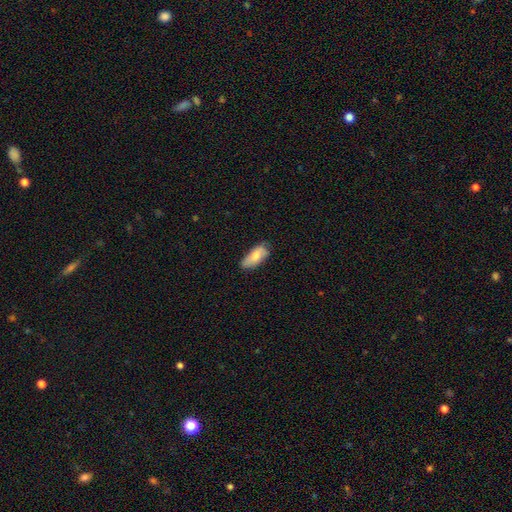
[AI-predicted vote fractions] This appears to be a smooth galaxy with no disk features (74%) that is in between round and cigar-shaped (86%). Merging: none (67%).